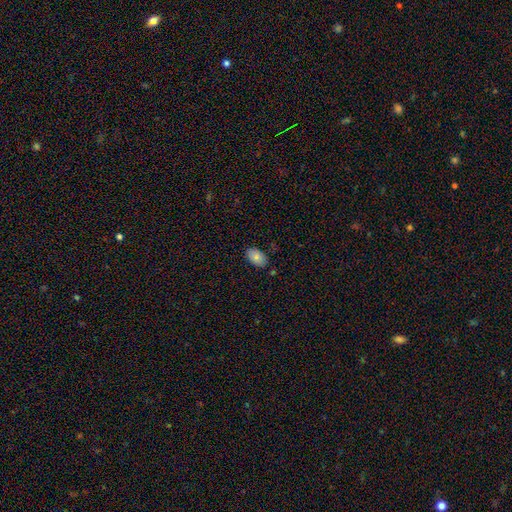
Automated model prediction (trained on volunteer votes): Smooth or featured: smooth — 74% (featured or disk — 13%)
How rounded: in between — 91% (round — 8%)
Merging: none — 82% (minor disturbance — 13%)